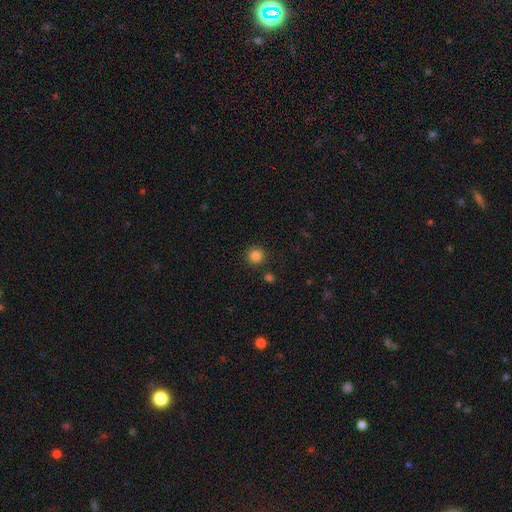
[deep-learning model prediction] A smooth galaxy with no disk features (85%) that is round (93%).

Vote fractions:
- Smooth or featured? smooth: 85% / star or artifact: 12% / featured or disk: 4%
- How rounded? round: 93% / in between: 6% / cigar-shaped: 1%
- Merging? none: 89% / minor disturbance: 6% / merger: 3% / major disturbance: 2%